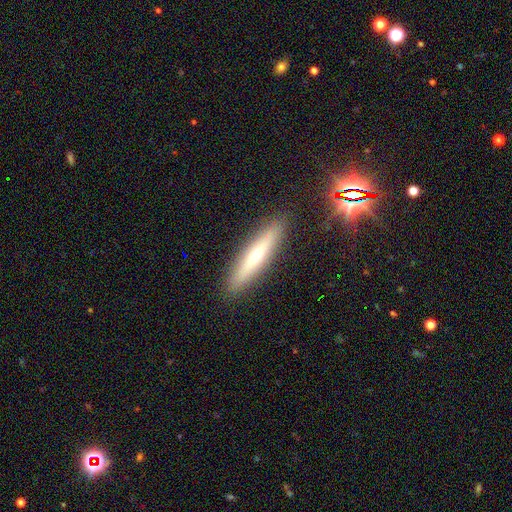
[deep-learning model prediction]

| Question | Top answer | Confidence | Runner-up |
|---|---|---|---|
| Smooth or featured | smooth | 53% | featured or disk (38%) |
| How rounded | cigar-shaped | 89% | in between (10%) |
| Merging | none | 90% | minor disturbance (7%) |